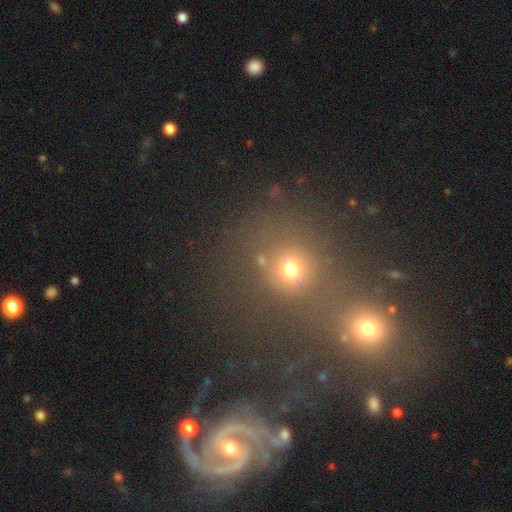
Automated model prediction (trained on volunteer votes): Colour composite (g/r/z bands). It shows a smooth galaxy with no disk features (41%). Merging: none (67%).